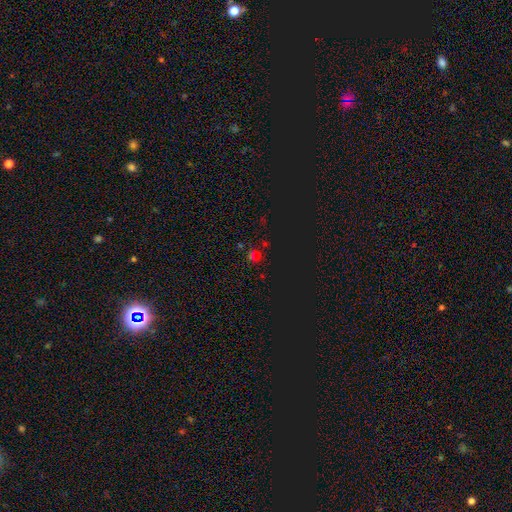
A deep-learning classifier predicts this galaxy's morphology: This is possibly a smooth galaxy (50%). How rounded: clearly round (80%). Merging: likely none (77%).